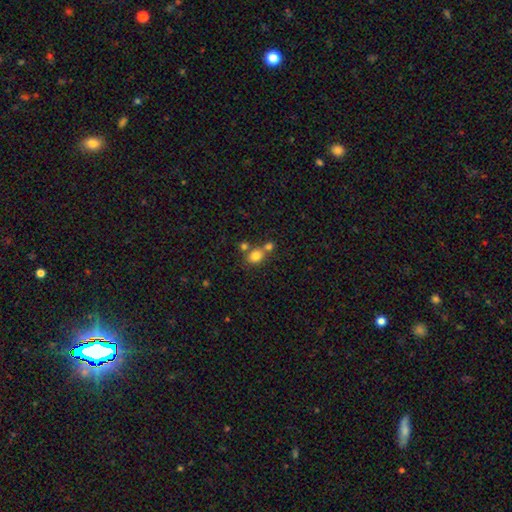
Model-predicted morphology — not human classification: The model was most divided on "how rounded": round: 54%, in between: 45%, cigar-shaped: 1%. Remaining: smooth or featured — smooth (80%); merging — none (49%).